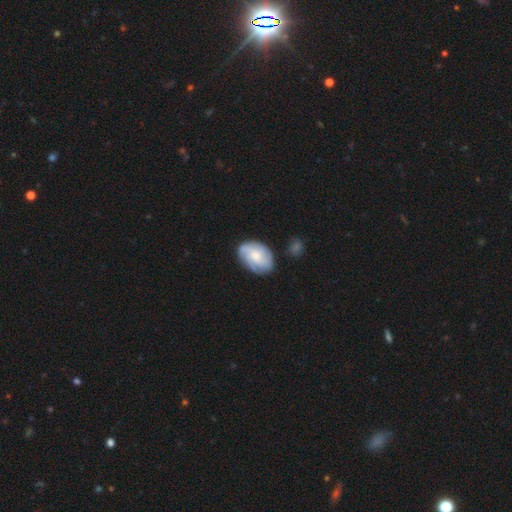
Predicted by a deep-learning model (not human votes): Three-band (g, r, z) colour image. It shows a featured or disk galaxy (60%) with no bar (69%), tight (43%) spiral arms (90%) and a moderate central bulge (49%). Merging: none (74%).